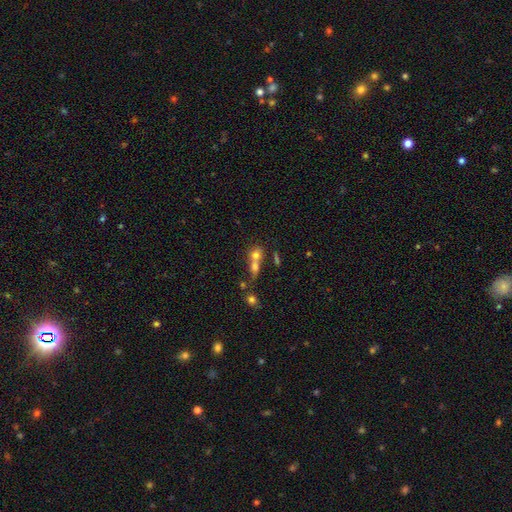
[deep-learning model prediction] A smooth galaxy with no disk features (71%) that is round (64%).

Vote fractions:
- Smooth or featured? smooth: 71% / featured or disk: 16% / star or artifact: 13%
- How rounded? round: 64% / in between: 32% / cigar-shaped: 4%
- Merging? merger: 63% / none: 26% / minor disturbance: 6% / major disturbance: 4%